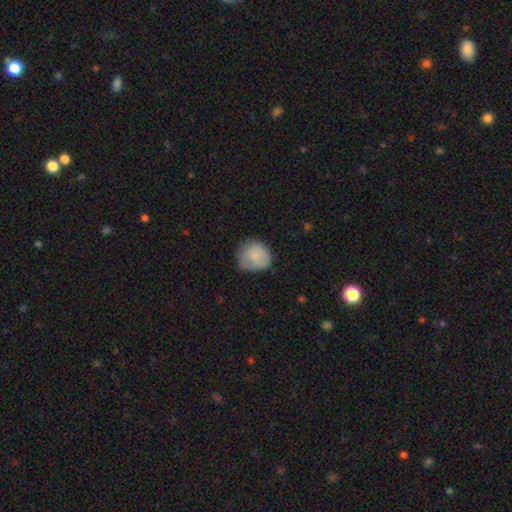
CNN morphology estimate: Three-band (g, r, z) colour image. It shows a smooth galaxy with no disk features (80%) that is round (82%). Merging: none (54%).